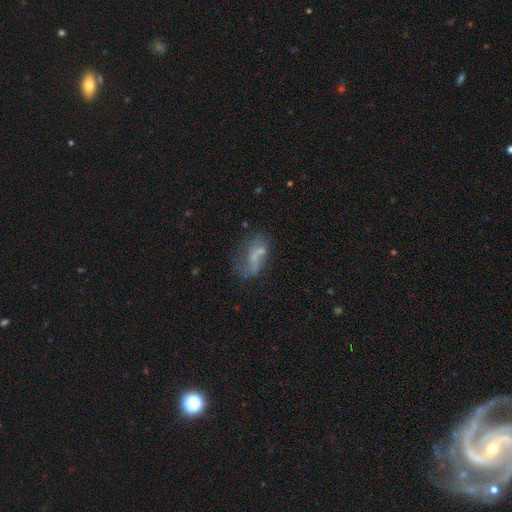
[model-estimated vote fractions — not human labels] featured or disk 45%, smooth 43%, star or artifact 12%. Down the decision tree: merging — none (36%).